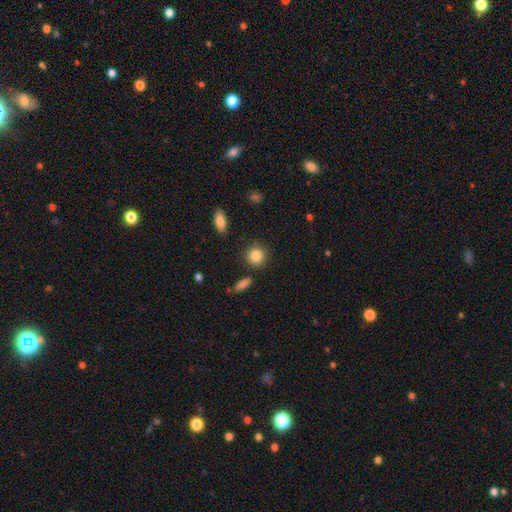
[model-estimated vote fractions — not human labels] Smooth or featured? smooth (87%)
How rounded? round (87%)
Merging? none (85%)